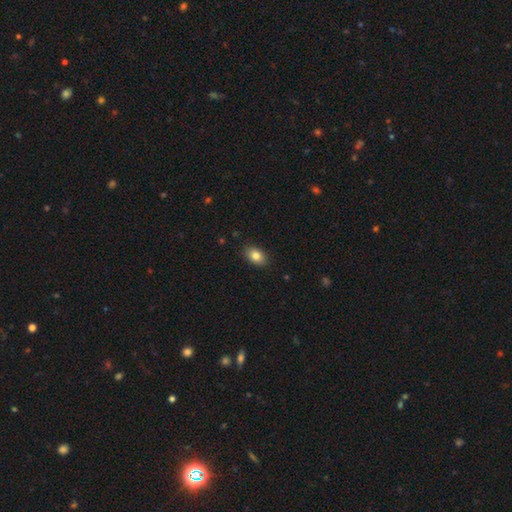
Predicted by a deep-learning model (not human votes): This is clearly a smooth galaxy (83%). How rounded: clearly in between (85%). Merging: clearly none (88%).